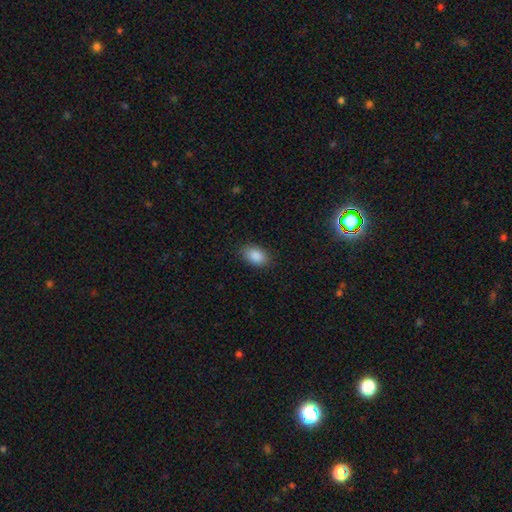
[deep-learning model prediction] A smooth galaxy with no disk features (89%) that is in between round and cigar-shaped (89%).

Vote fractions:
- Smooth or featured? smooth: 89% / star or artifact: 8% / featured or disk: 4%
- How rounded? in between: 89% / round: 10% / cigar-shaped: 1%
- Merging? none: 85% / minor disturbance: 11% / major disturbance: 3% / merger: 1%